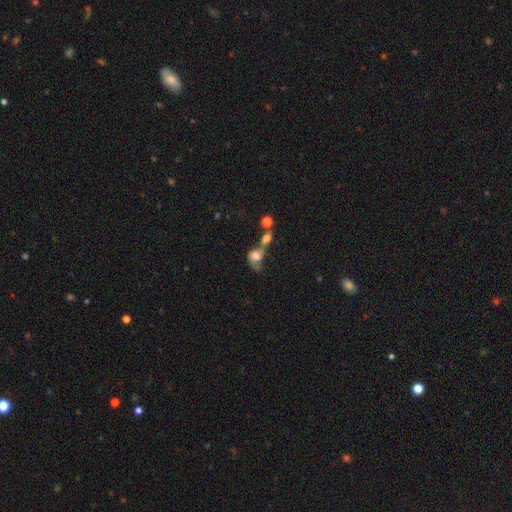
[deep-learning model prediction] This is likely a smooth galaxy (63%). How rounded: possibly in between (49%, tied with round). Merging: possibly merger (57%).